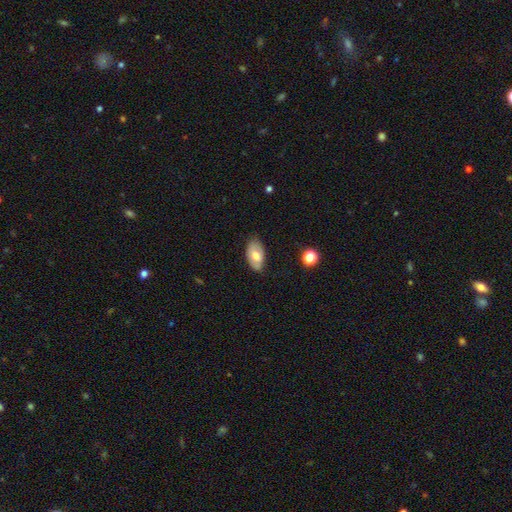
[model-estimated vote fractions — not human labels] This appears to be a smooth galaxy with no disk features (66%) that is in between round and cigar-shaped (94%). Merging: none (78%).